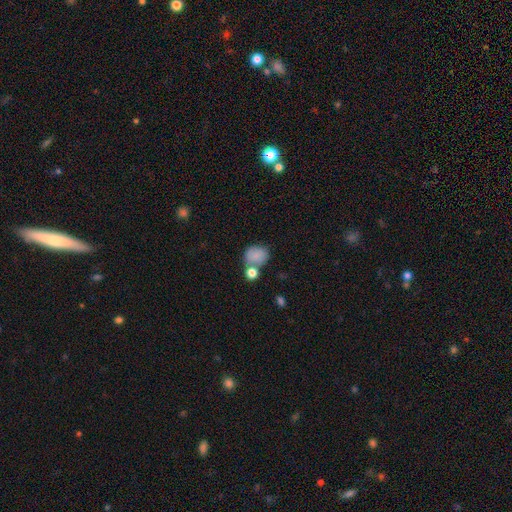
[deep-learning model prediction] Smooth or featured: smooth — 82% (star or artifact — 9%)
How rounded: round — 59% (in between — 39%)
Merging: none — 45% (merger — 32%)